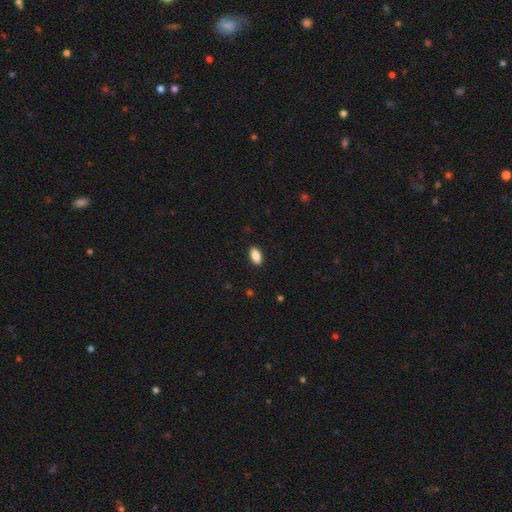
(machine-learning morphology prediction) smooth-or-featured: smooth: 89% | star or artifact: 7% | featured or disk: 4%
  how-rounded: in between: 92% | cigar-shaped: 5% | round: 4%
  merging: none: 90% | minor disturbance: 8% | major disturbance: 2% | merger: 1%